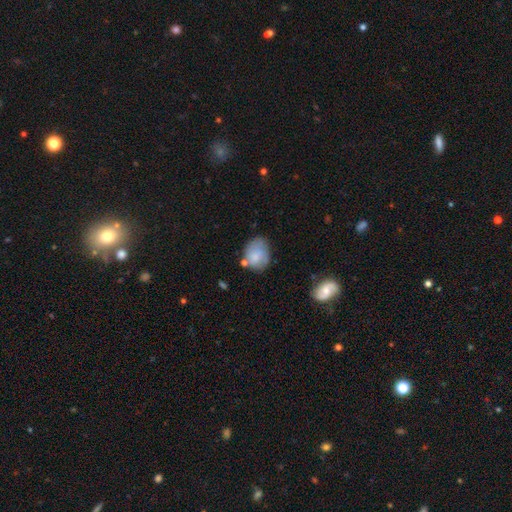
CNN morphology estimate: This is likely a smooth galaxy (71%). How rounded: possibly in between (59%). Merging: possibly none (52%).